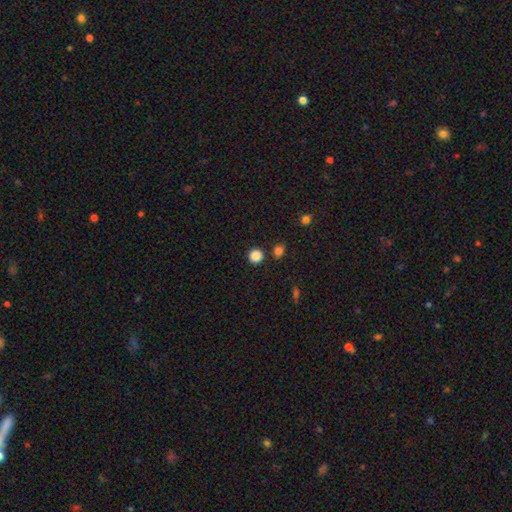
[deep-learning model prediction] This is clearly a smooth galaxy (86%). How rounded: clearly round (94%). Merging: clearly none (87%).